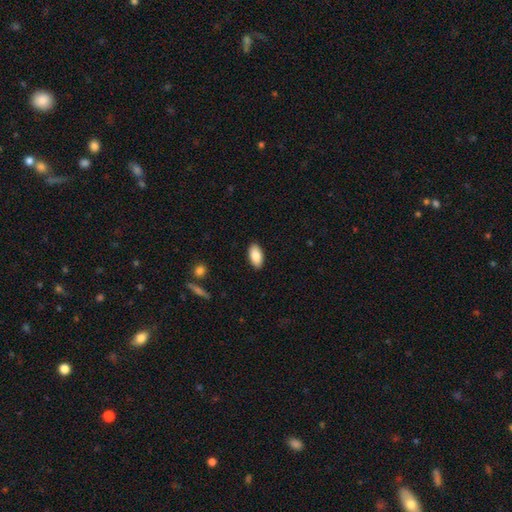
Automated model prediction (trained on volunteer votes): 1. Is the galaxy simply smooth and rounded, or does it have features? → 88% smooth, 6% star or artifact, 6% featured or disk.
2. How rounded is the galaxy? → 94% in between, 4% cigar-shaped, 2% round.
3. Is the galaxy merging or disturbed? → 89% none, 8% minor disturbance, 2% major disturbance, 1% merger.